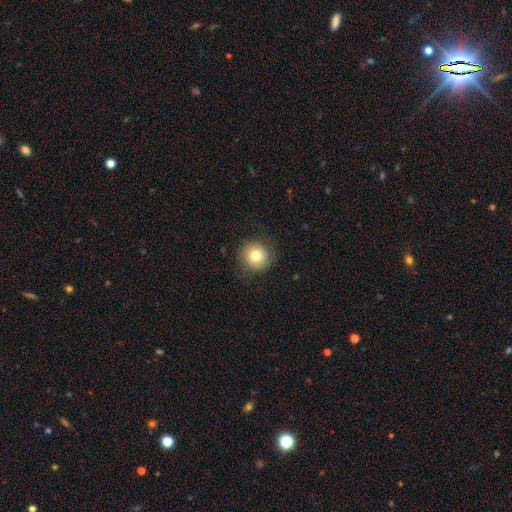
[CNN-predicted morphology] Smooth or featured?
  - smooth: 78% *
  - featured or disk: 12%
  - star or artifact: 10%
How rounded?
  - round: 92% *
  - in between: 7%
  - cigar-shaped: 1%
Merging?
  - none: 85% *
  - minor disturbance: 10%
  - major disturbance: 4%
  - merger: 1%